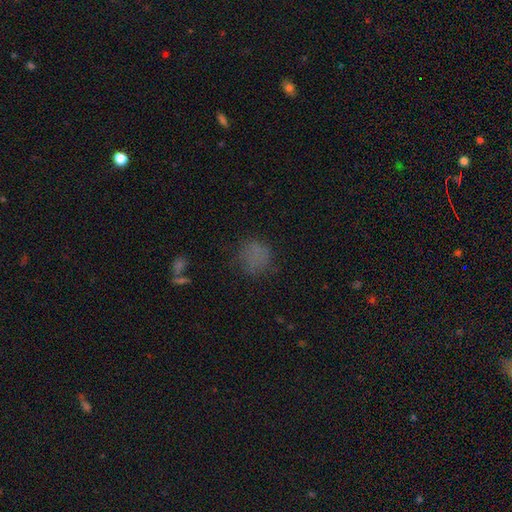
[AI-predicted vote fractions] A smooth galaxy with no disk features (69%) that is round (76%). Merging: none (65%).